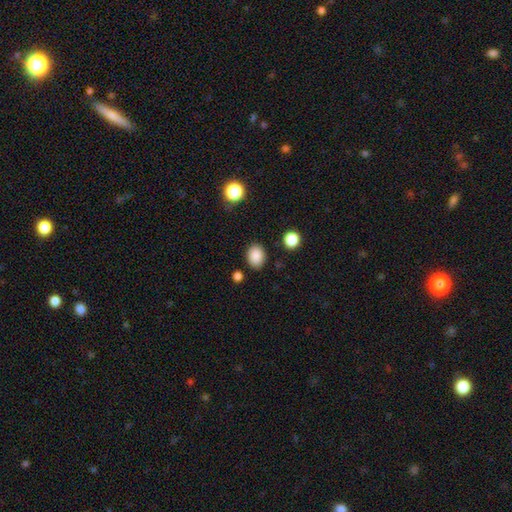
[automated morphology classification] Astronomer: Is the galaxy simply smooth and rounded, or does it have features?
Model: smooth — 87%.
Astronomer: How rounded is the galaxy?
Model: in between — 64%.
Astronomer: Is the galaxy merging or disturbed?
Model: none — 85%.